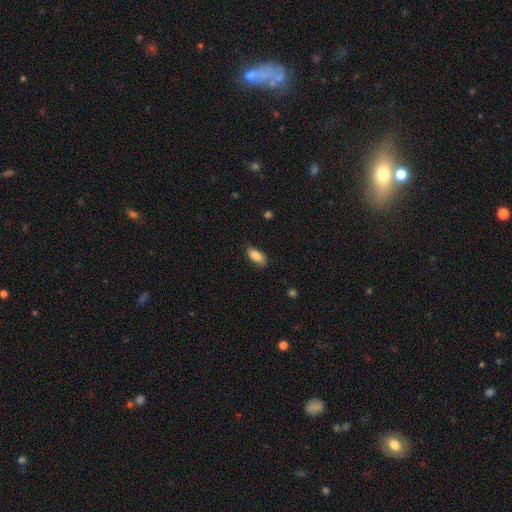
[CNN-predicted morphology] A smooth galaxy with no disk features (86%) that is in between round and cigar-shaped (85%).

Vote fractions:
- Smooth or featured? smooth: 86% / featured or disk: 7% / star or artifact: 7%
- How rounded? in between: 85% / cigar-shaped: 13% / round: 2%
- Merging? none: 79% / minor disturbance: 17% / major disturbance: 3% / merger: 1%